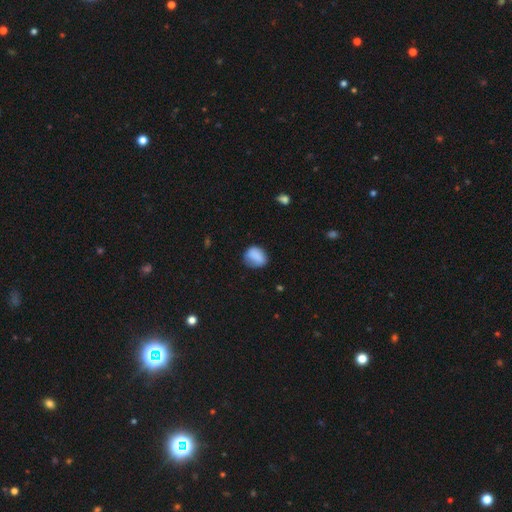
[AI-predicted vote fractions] Overall: smooth (84%). How rounded: round (54%; in between 44%). Merging: none (67%).